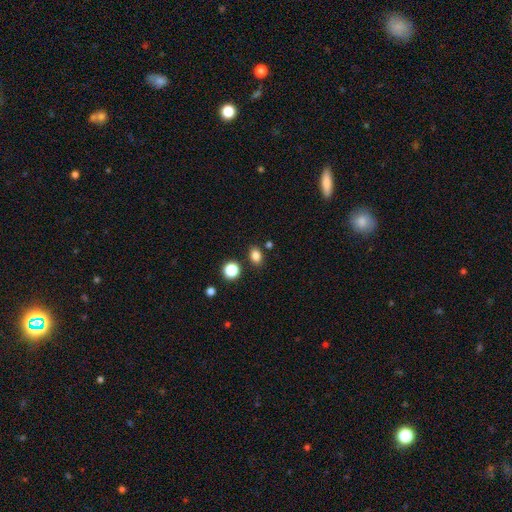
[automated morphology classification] This is clearly a smooth galaxy (83%). How rounded: likely in between (69%). Merging: clearly none (83%).